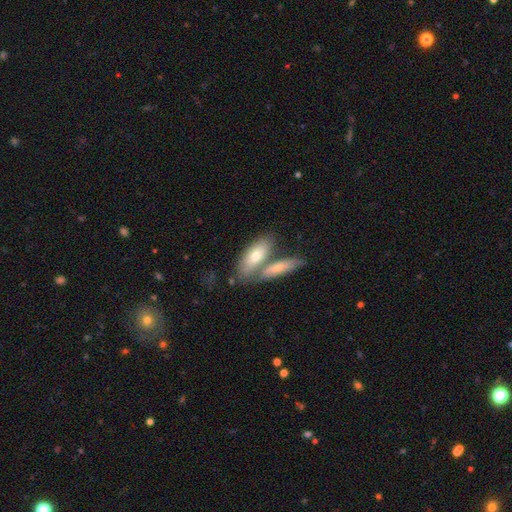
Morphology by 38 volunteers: A smooth galaxy with no disk features (74%) that is in between round and cigar-shaped (75%). Merging: merger (57%).